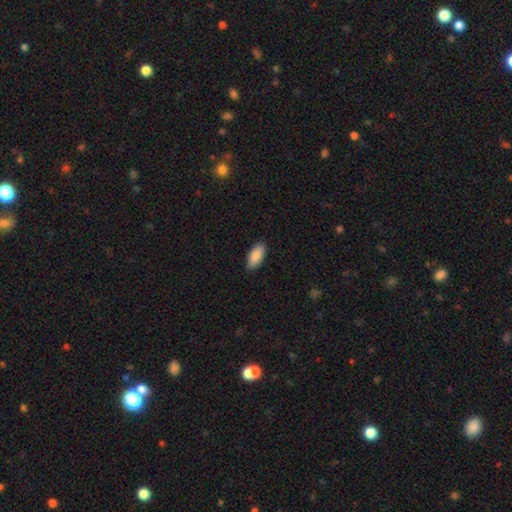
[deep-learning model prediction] This is clearly a smooth galaxy (88%). How rounded: clearly in between (90%). Merging: clearly none (88%).